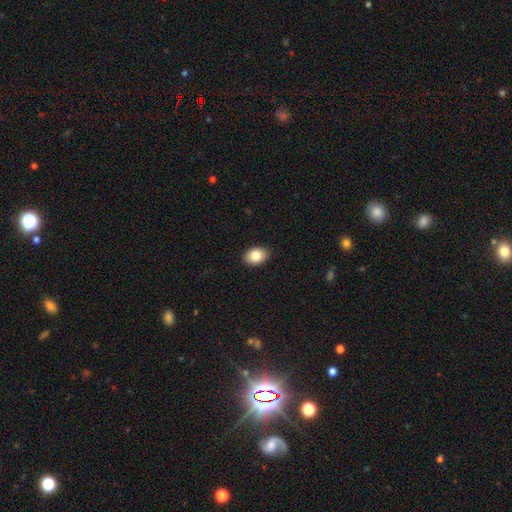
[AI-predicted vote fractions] Smooth or featured? Predicted: smooth (p=0.84). How rounded? Predicted: in between (p=0.81). Merging? Predicted: none (p=0.90).